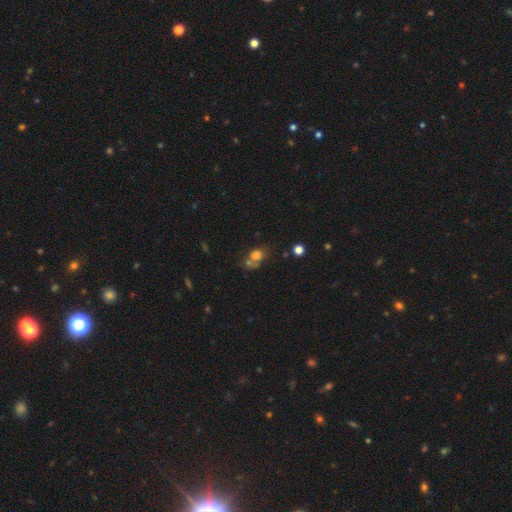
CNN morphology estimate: Smooth or featured?
  - smooth: 65% *
  - star or artifact: 20%
  - featured or disk: 15%
How rounded?
  - round: 51% *
  - in between: 47%
  - cigar-shaped: 2%
Merging?
  - none: 37% *
  - merger: 32%
  - minor disturbance: 16%
  - major disturbance: 15%